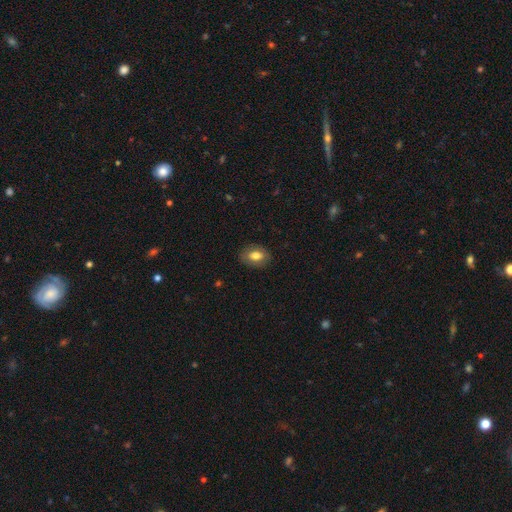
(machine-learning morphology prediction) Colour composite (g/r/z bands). It shows a smooth galaxy with no disk features (77%) that is in between round and cigar-shaped (78%). Merging: none (85%).